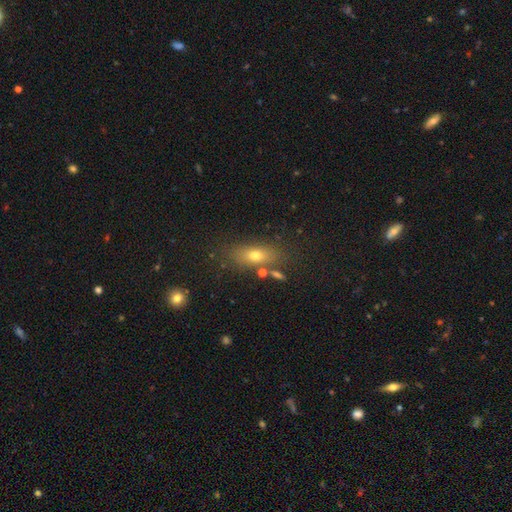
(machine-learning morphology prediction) smooth 66%, featured or disk 20%, star or artifact 14%. Down the decision tree: how rounded — in between (70%); merging — none (74%).